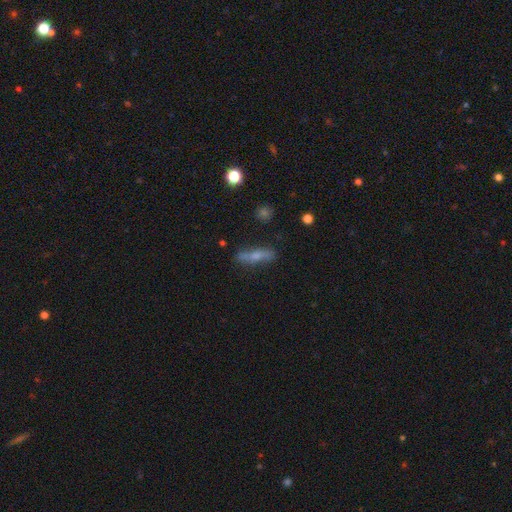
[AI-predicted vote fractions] This is possibly a smooth galaxy (52%). How rounded: likely cigar-shaped (76%). Merging: likely none (75%).